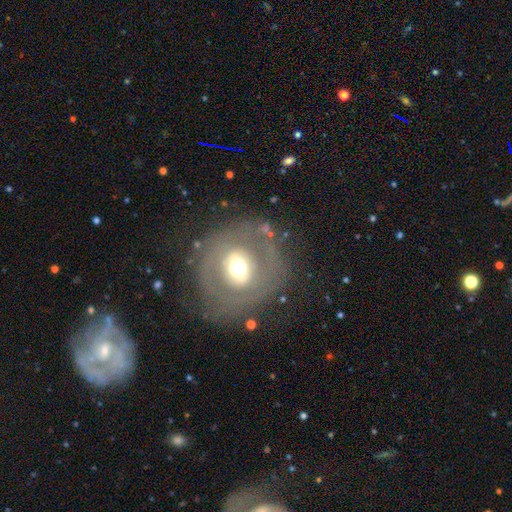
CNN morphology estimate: Smooth or featured? featured or disk (59%)
Edge-on disk? no (94%)
Bar? no (55%)
Spiral arms? no (63%)
Bulge size? moderate (65%)
Merging? none (72%)